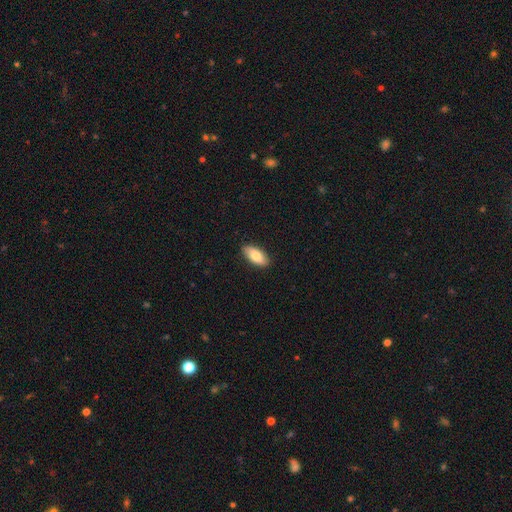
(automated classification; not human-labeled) A smooth galaxy with no disk features (82%) that is in between round and cigar-shaped (87%). Merging: none (88%).